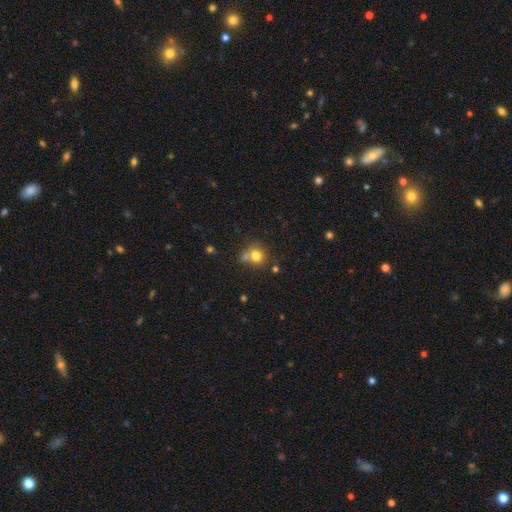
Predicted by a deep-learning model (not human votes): smooth_or_featured: smooth (p=0.77) [alt: star or artifact p=0.13]
how_rounded: round (p=0.78) [alt: in between p=0.21]
merging: none (p=0.53) [alt: merger p=0.25]